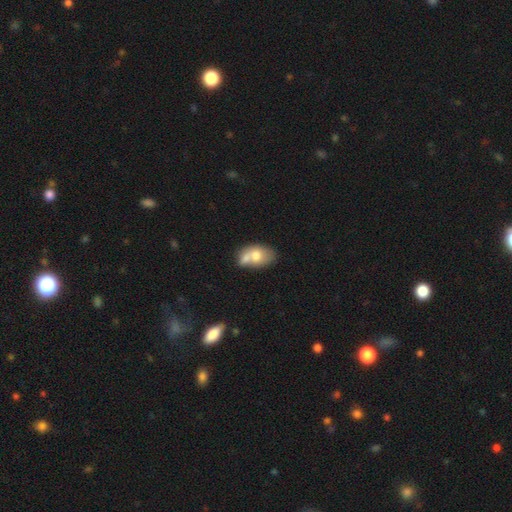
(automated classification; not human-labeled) This is likely a smooth galaxy (66%). How rounded: clearly in between (84%). Merging: possibly merger (53%).